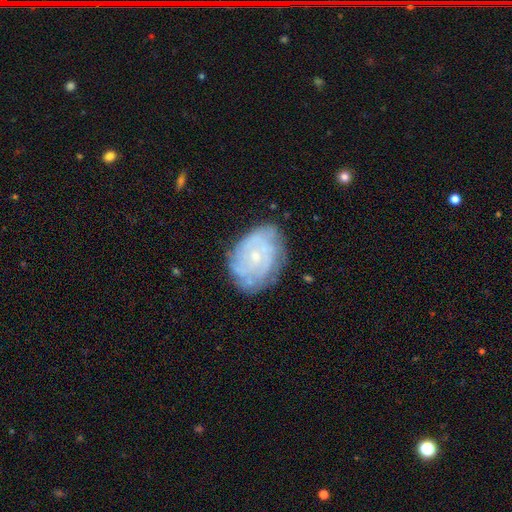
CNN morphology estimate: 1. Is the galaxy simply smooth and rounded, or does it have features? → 71% featured or disk, 20% smooth, 8% star or artifact.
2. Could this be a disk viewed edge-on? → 97% no, 3% yes.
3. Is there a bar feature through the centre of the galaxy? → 77% no, 20% weak, 3% strong.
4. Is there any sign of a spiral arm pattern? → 84% yes, 16% no.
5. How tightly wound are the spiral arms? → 70% tight, 23% medium, 7% loose.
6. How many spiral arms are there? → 52% can't tell, 13% 2, 12% 4, 12% 3, 6% more than 4, 5% 1.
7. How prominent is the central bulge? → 73% small, 22% moderate, 3% none, 1% large, 1% dominant.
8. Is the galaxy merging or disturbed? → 72% none, 20% minor disturbance, 6% major disturbance, 2% merger.